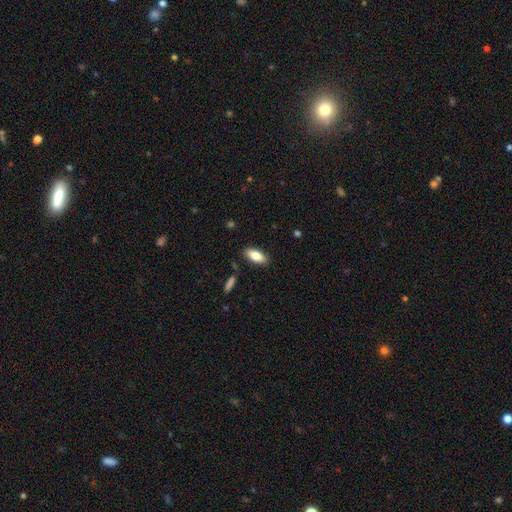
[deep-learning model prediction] A smooth galaxy with no disk features (81%) that is in between round and cigar-shaped (84%).

Vote fractions:
- Smooth or featured? smooth: 81% / featured or disk: 13% / star or artifact: 7%
- How rounded? in between: 84% / cigar-shaped: 14% / round: 2%
- Merging? none: 87% / minor disturbance: 9% / major disturbance: 2% / merger: 2%